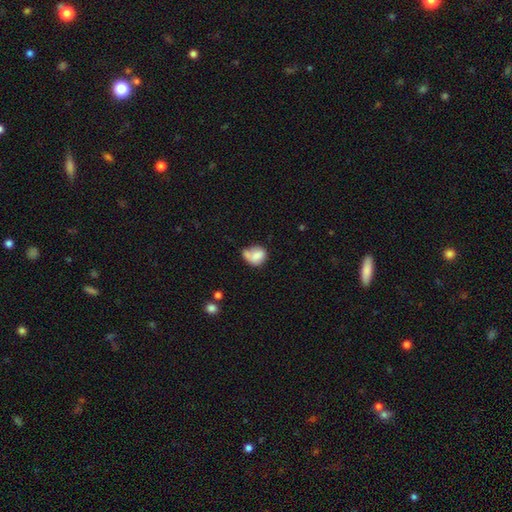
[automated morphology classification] Smooth or featured?
  - smooth: 72% *
  - featured or disk: 19%
  - star or artifact: 9%
How rounded?
  - round: 55% *
  - in between: 44%
  - cigar-shaped: 1%
Merging?
  - none: 34% *
  - minor disturbance: 30%
  - merger: 21%
  - major disturbance: 16%